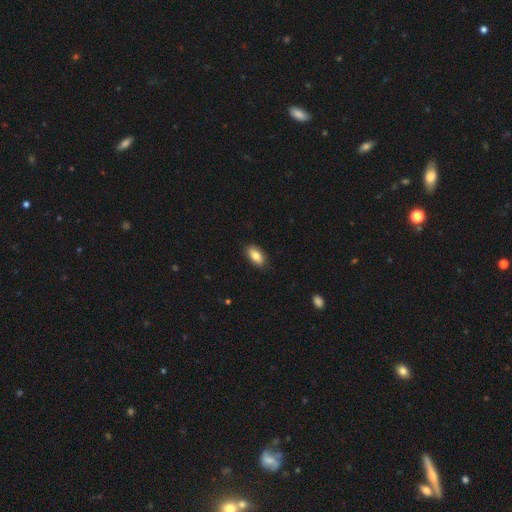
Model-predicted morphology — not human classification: Smooth or featured: smooth — 83% (featured or disk — 11%)
How rounded: in between — 92% (cigar-shaped — 4%)
Merging: none — 87% (minor disturbance — 11%)